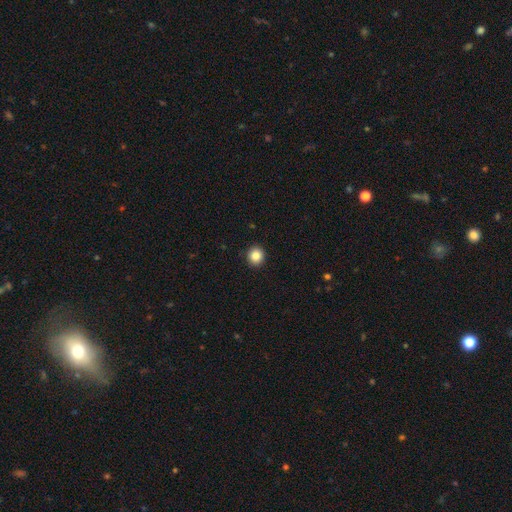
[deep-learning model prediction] smooth-or-featured: smooth: 86% | star or artifact: 10% | featured or disk: 4%
  how-rounded: round: 90% | in between: 9% | cigar-shaped: 1%
  merging: none: 93% | minor disturbance: 5% | major disturbance: 2% | merger: 1%